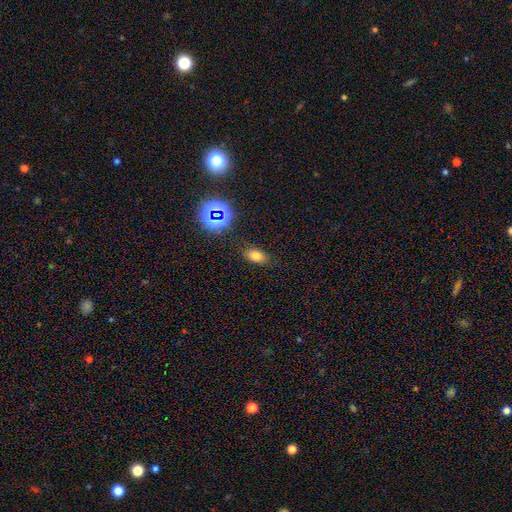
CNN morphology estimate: smooth-or-featured: smooth: 73% | star or artifact: 18% | featured or disk: 9%
  how-rounded: in between: 84% | round: 13% | cigar-shaped: 3%
  merging: none: 83% | minor disturbance: 11% | major disturbance: 4% | merger: 2%